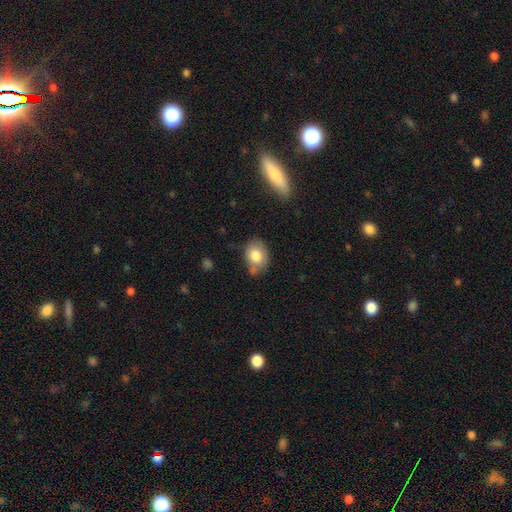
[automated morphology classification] smooth_or_featured: smooth (p=0.80) [alt: featured or disk p=0.13]
how_rounded: in between (p=0.70) [alt: round p=0.29]
merging: none (p=0.61) [alt: minor disturbance p=0.24]